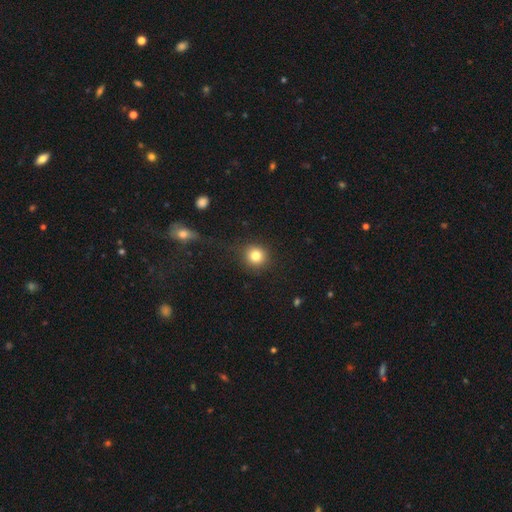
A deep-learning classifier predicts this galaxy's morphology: Smooth or featured?
  - smooth: 82% *
  - star or artifact: 12%
  - featured or disk: 6%
How rounded?
  - round: 91% *
  - in between: 8%
  - cigar-shaped: 1%
Merging?
  - none: 86% *
  - minor disturbance: 8%
  - major disturbance: 4%
  - merger: 2%